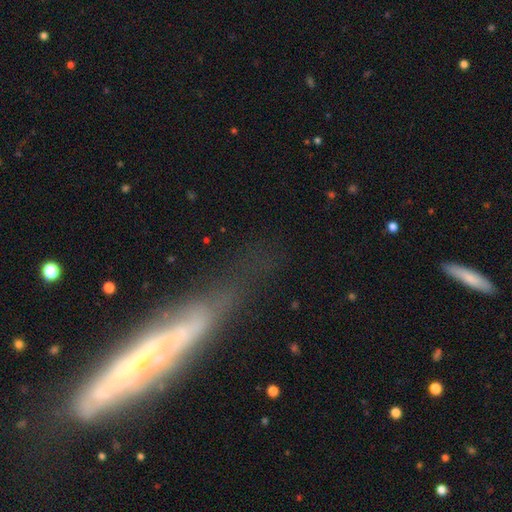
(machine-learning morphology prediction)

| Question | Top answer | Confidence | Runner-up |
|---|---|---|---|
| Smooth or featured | featured or disk | 72% | smooth (18%) |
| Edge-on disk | no | 55% | yes (45%) |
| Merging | none | 64% | minor disturbance (22%) |